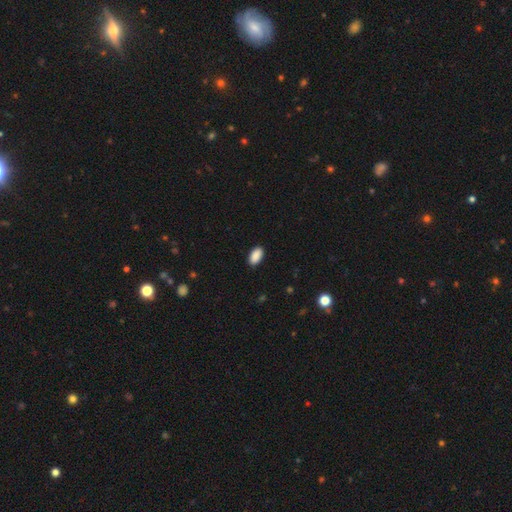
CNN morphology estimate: Smooth or featured?
  - smooth: 90% *
  - star or artifact: 7%
  - featured or disk: 3%
How rounded?
  - in between: 94% *
  - round: 3%
  - cigar-shaped: 3%
Merging?
  - none: 89% *
  - minor disturbance: 8%
  - major disturbance: 2%
  - merger: 1%